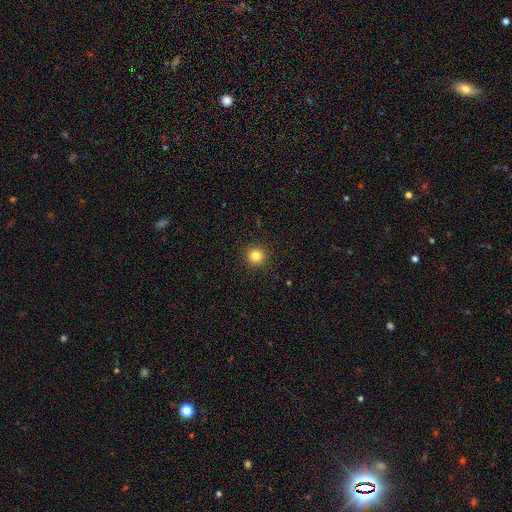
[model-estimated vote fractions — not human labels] Q: Smooth or featured?
A: smooth (82%); runner-up: star or artifact (12%)
Q: How rounded?
A: round (95%); runner-up: in between (4%)
Q: Merging?
A: none (92%); runner-up: minor disturbance (5%)